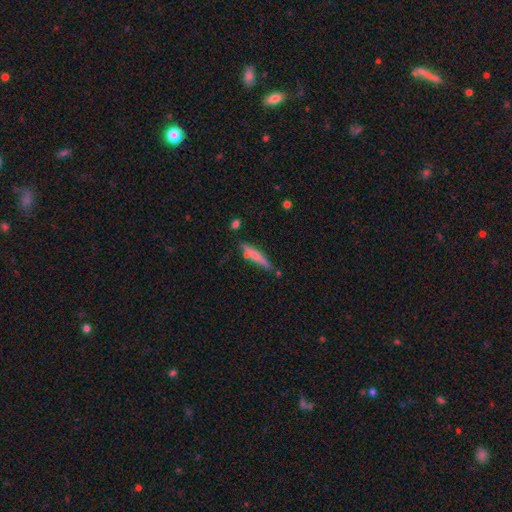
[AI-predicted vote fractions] smooth_or_featured: smooth (p=0.55) [alt: featured or disk p=0.38]
how_rounded: cigar-shaped (p=0.88) [alt: in between p=0.10]
merging: none (p=0.72) [alt: minor disturbance p=0.15]